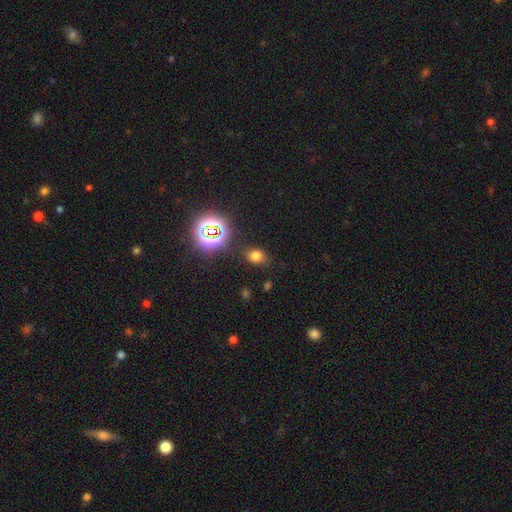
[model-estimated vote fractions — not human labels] This is likely a smooth galaxy (68%). How rounded: possibly in between (58%). Merging: likely none (77%).